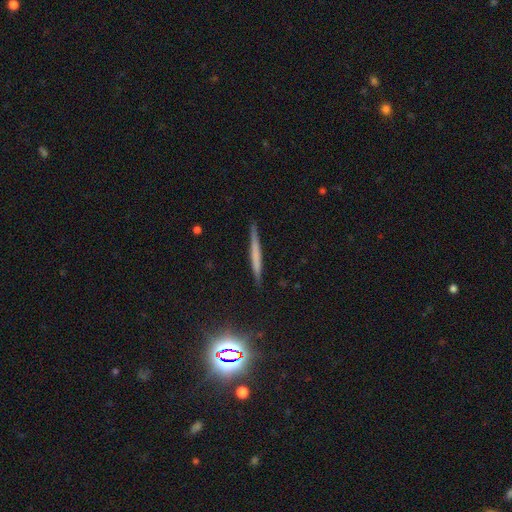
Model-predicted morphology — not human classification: Smooth or featured?
  - smooth: 47% *
  - featured or disk: 41%
  - star or artifact: 12%
Merging?
  - none: 89% *
  - minor disturbance: 8%
  - major disturbance: 2%
  - merger: 1%